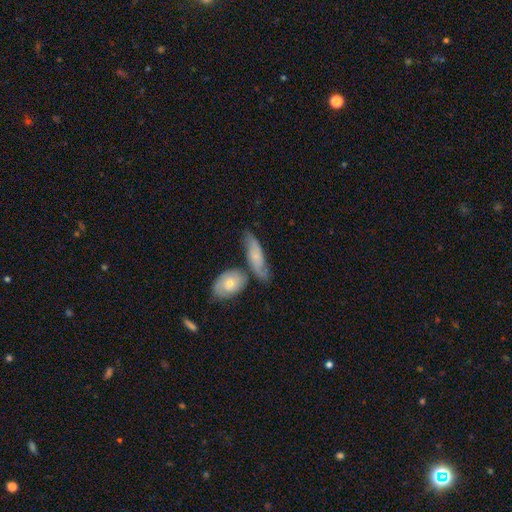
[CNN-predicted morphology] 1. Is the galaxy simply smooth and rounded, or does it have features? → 47% featured or disk (tied), 47% smooth (tied), 6% star or artifact.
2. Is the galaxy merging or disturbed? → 48% none, 24% merger, 20% minor disturbance, 7% major disturbance.